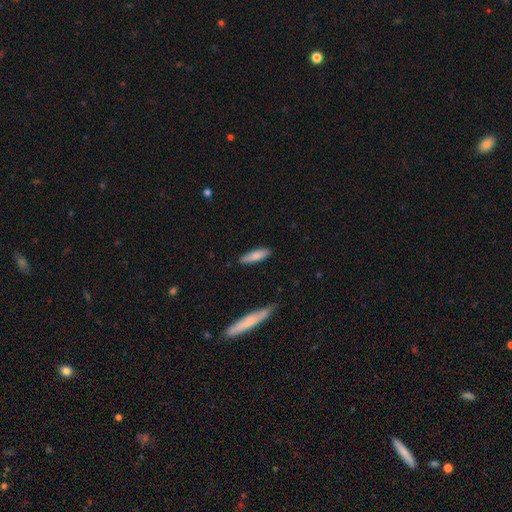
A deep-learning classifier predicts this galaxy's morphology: This appears to be a smooth galaxy with no disk features (78%) that is cigar-shaped (60%). Merging: none (85%).